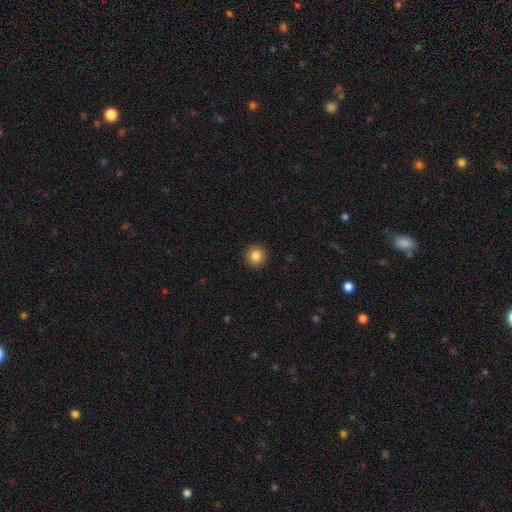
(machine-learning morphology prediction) Smooth or featured: smooth — 84% (star or artifact — 10%)
How rounded: round — 95% (in between — 5%)
Merging: none — 93% (minor disturbance — 4%)